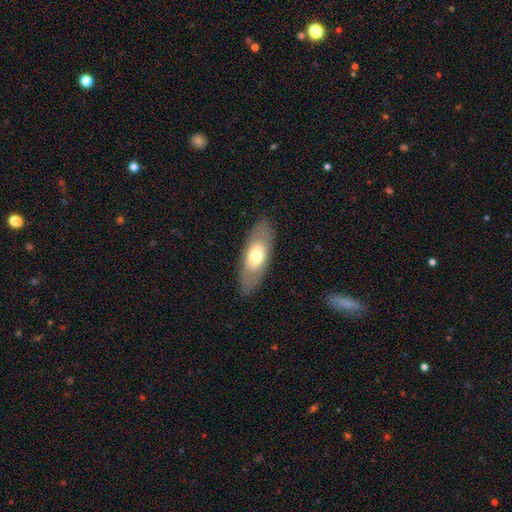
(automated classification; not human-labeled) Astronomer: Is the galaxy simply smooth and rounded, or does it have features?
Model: smooth — 58% (runner-up: featured or disk, 36%).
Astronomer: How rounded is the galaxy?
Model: in between — 80%.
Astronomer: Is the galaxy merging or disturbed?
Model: none — 84%.